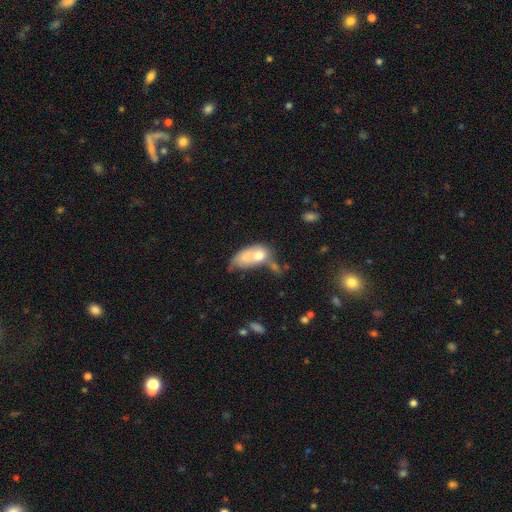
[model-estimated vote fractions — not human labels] The model was most divided on "merging": merger: 53%, major disturbance: 18%, none: 15%, minor disturbance: 14%. More confident: how rounded — in between (84%); smooth or featured — smooth (64%).